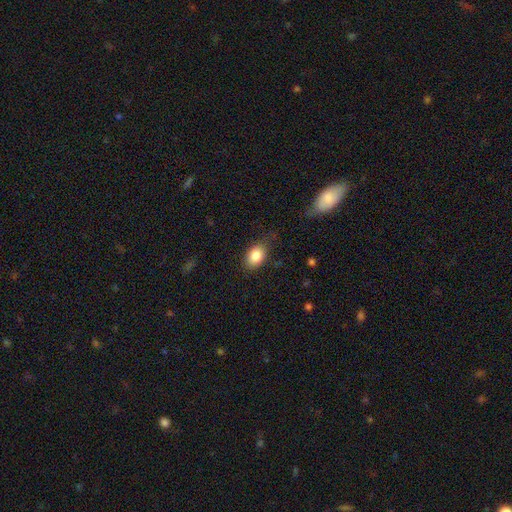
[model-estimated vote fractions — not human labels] smooth-or-featured: smooth: 85% | star or artifact: 8% | featured or disk: 7%
  how-rounded: in between: 82% | round: 16% | cigar-shaped: 1%
  merging: none: 76% | minor disturbance: 18% | major disturbance: 5% | merger: 1%